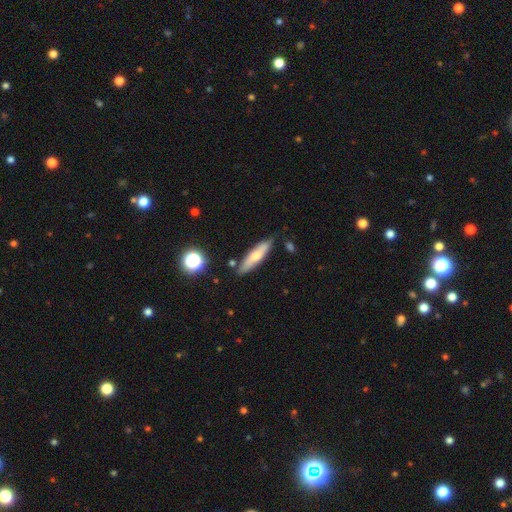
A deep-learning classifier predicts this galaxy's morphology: Smooth or featured: smooth — 56% (featured or disk — 36%)
How rounded: cigar-shaped — 71% (in between — 27%)
Merging: none — 80% (minor disturbance — 14%)